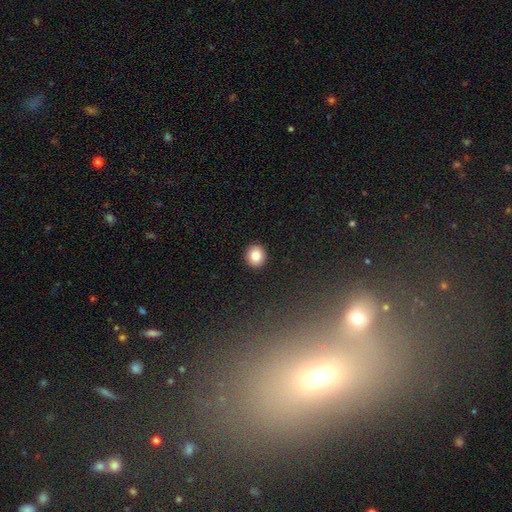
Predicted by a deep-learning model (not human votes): A smooth galaxy with no disk features (85%) that is round (82%).

Vote fractions:
- Smooth or featured? smooth: 85% / star or artifact: 9% / featured or disk: 6%
- How rounded? round: 82% / in between: 17% / cigar-shaped: 1%
- Merging? none: 92% / minor disturbance: 5% / major disturbance: 2% / merger: 1%